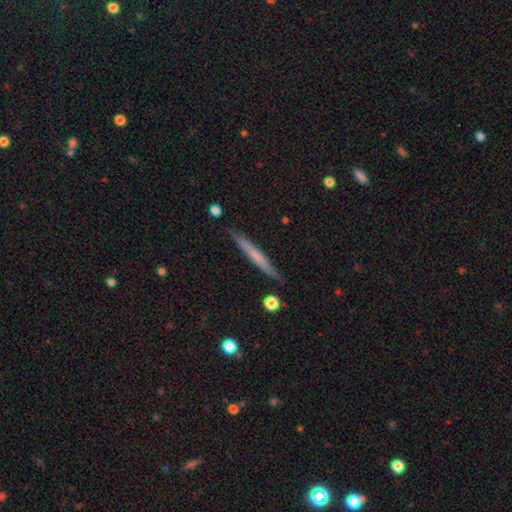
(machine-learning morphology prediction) Smooth or featured? featured or disk (47%, tied with smooth)
Merging? none (88%)